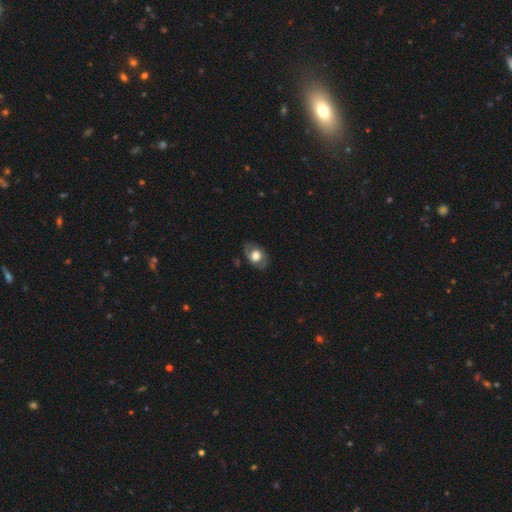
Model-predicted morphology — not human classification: Overall: featured or disk (47%; smooth 46%). Merging: none (76%).